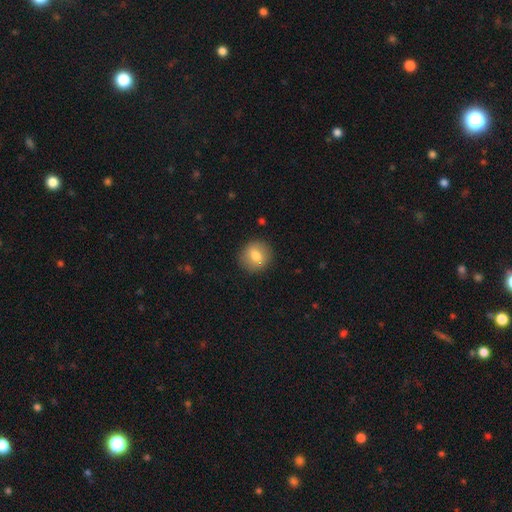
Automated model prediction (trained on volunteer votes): Smooth or featured? Predicted: smooth (p=0.76). How rounded? Predicted: round (p=0.83). Merging? Predicted: none (p=0.88).